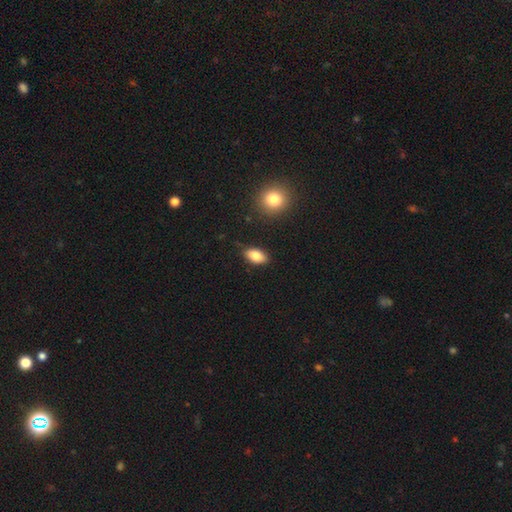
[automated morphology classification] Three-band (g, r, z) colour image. It shows a smooth galaxy with no disk features (84%) that is in between round and cigar-shaped (91%). Merging: none (85%).